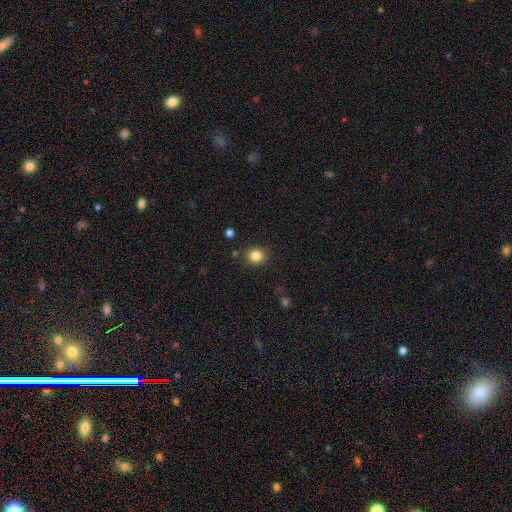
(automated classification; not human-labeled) A smooth galaxy with no disk features (83%) that is round (85%). Merging: none (89%).